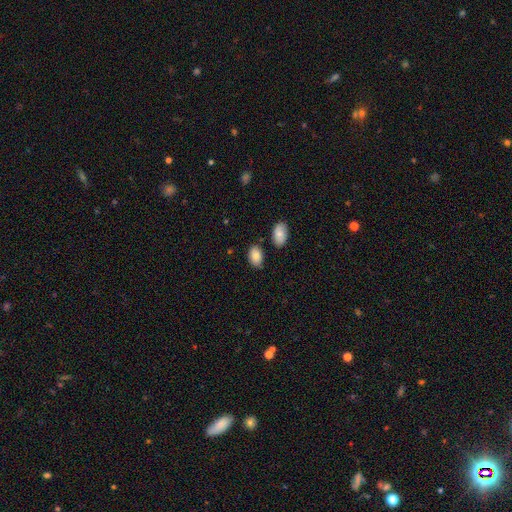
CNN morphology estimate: smooth-or-featured: smooth: 85% | featured or disk: 8% | star or artifact: 7%
  how-rounded: in between: 90% | round: 9% | cigar-shaped: 1%
  merging: none: 77% | minor disturbance: 14% | merger: 7% | major disturbance: 3%